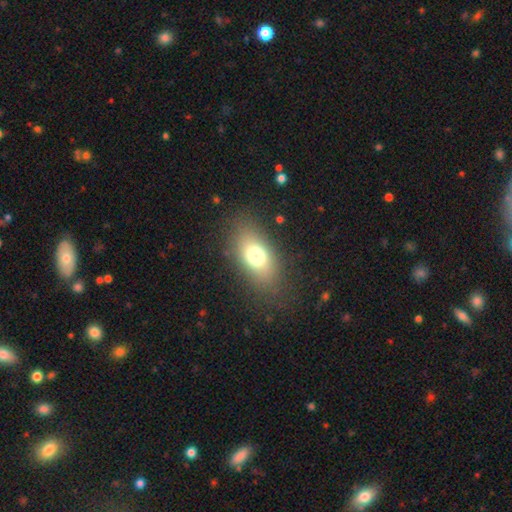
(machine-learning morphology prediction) This appears to be a smooth galaxy with no disk features (72%) that is in between round and cigar-shaped (83%). Merging: none (81%).